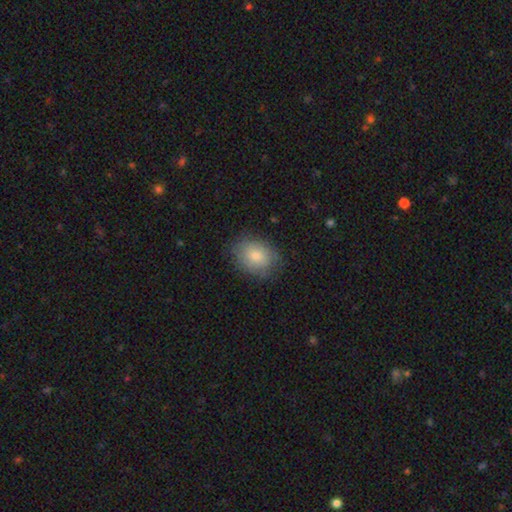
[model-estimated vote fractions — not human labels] smooth-or-featured: smooth: 79% | featured or disk: 13% | star or artifact: 8%
  how-rounded: in between: 61% | round: 38% | cigar-shaped: 1%
  merging: none: 80% | minor disturbance: 15% | major disturbance: 4% | merger: 1%